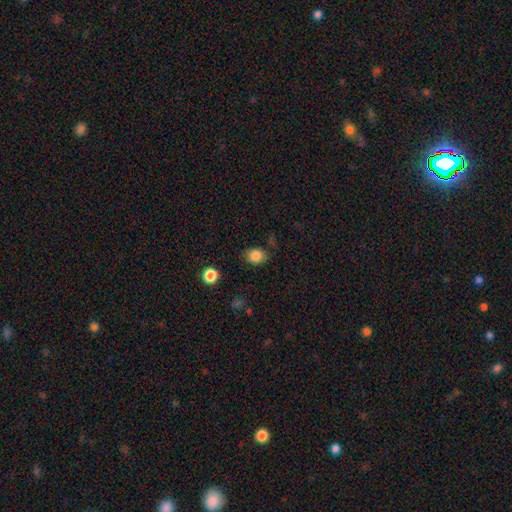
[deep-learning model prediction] This appears to be a smooth galaxy with no disk features (83%) that is in between round and cigar-shaped (55%). Merging: none (76%).